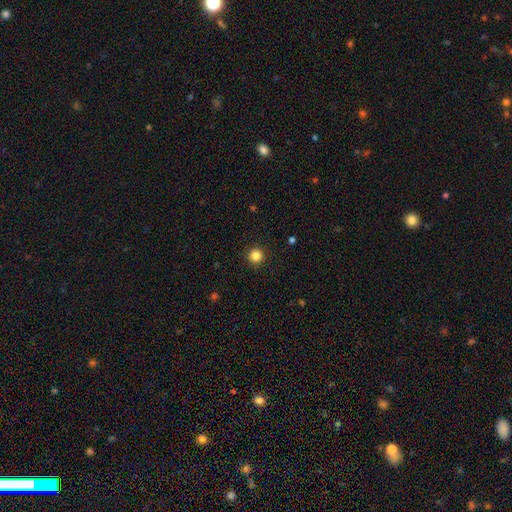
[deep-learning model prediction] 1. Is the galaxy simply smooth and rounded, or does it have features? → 84% smooth, 12% star or artifact, 4% featured or disk.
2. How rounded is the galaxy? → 96% round, 3% in between, 1% cigar-shaped.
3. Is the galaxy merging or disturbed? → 93% none, 5% minor disturbance, 2% major disturbance, 1% merger.